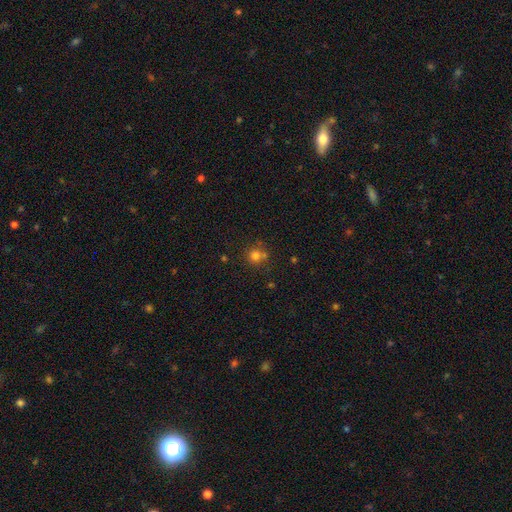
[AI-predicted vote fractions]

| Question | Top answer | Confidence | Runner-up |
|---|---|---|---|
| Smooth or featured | smooth | 76% | star or artifact (15%) |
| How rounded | round | 90% | in between (9%) |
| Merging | none | 67% | merger (19%) |